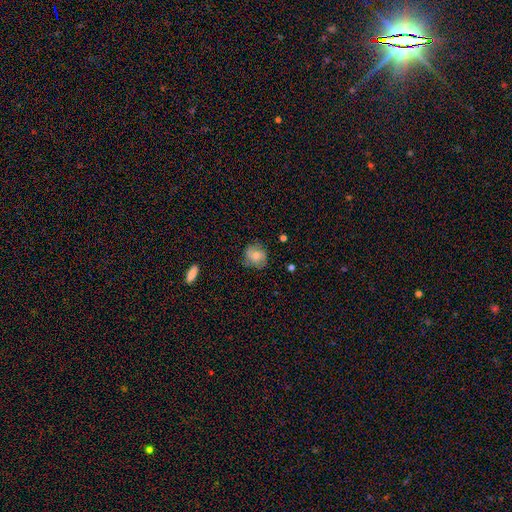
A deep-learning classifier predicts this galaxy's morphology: This is likely a smooth galaxy (62%). How rounded: likely round (76%). Merging: likely none (70%).